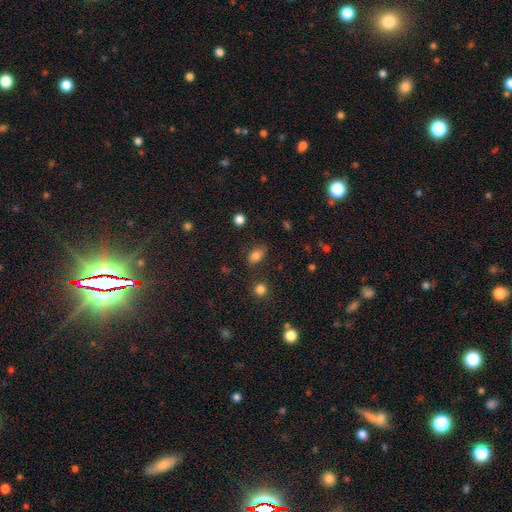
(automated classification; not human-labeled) Q: Smooth or featured?
A: smooth (83%); runner-up: star or artifact (11%)
Q: How rounded?
A: in between (84%); runner-up: round (14%)
Q: Merging?
A: none (73%); runner-up: minor disturbance (18%)